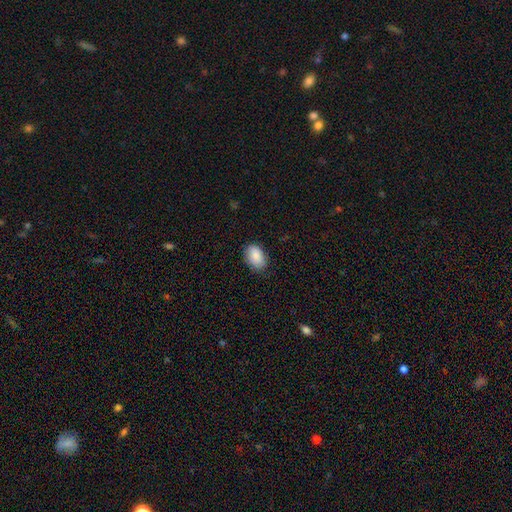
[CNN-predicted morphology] The model was most divided on "merging": none: 82%, minor disturbance: 15%, major disturbance: 3%, merger: 1%. More confident: smooth or featured — smooth (88%); how rounded — in between (86%).